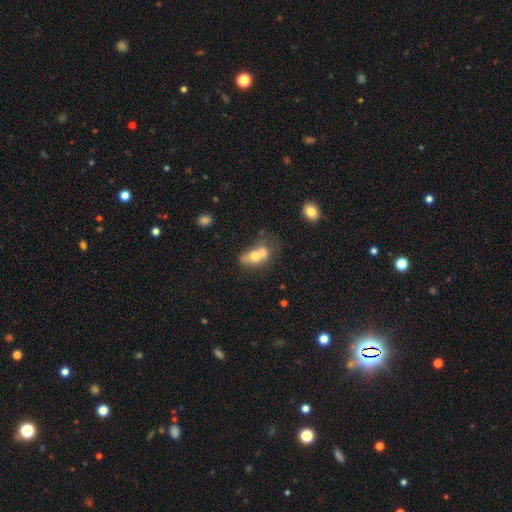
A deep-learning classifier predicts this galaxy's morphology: Smooth or featured: smooth — 63% (featured or disk — 26%)
How rounded: in between — 64% (round — 33%)
Merging: merger — 68% (none — 18%)